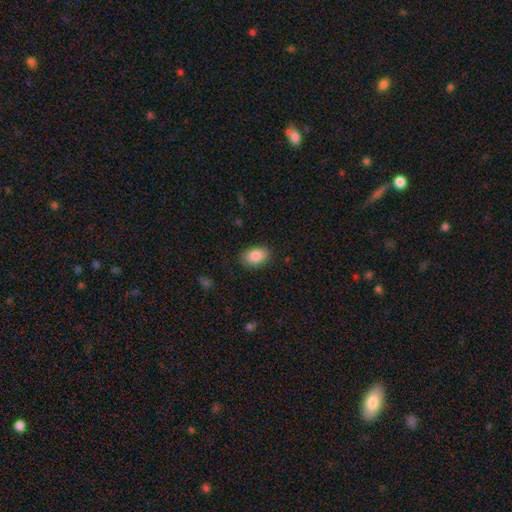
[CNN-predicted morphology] This is clearly a smooth galaxy (87%). How rounded: clearly in between (86%). Merging: clearly none (87%).